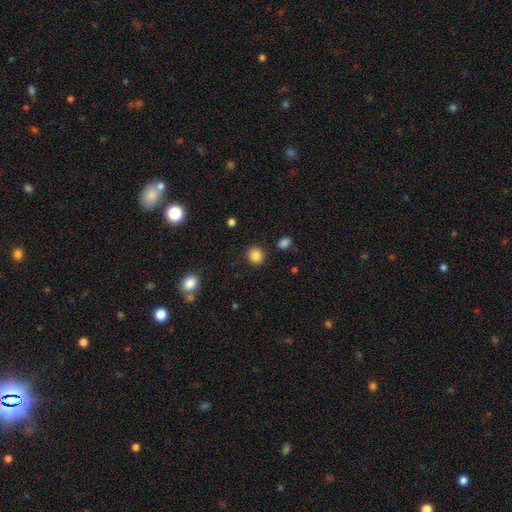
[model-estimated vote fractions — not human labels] Overall: smooth (85%). How rounded: round (81%). Merging: none (89%).